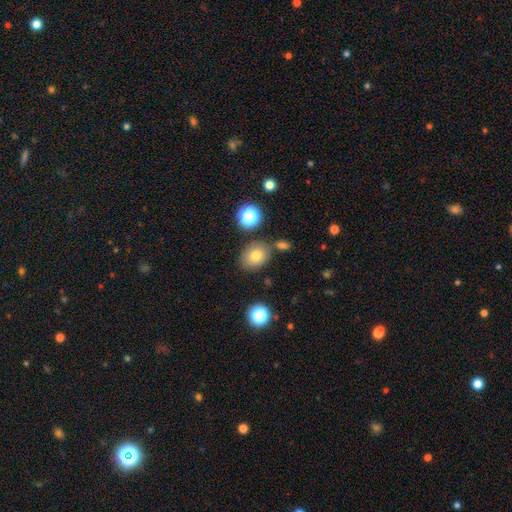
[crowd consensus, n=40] Volunteers were most divided on "how rounded": in between: 65%, round: 32%, cigar-shaped: 3%. More confident: smooth or featured — smooth (85%); merging — none (69%).